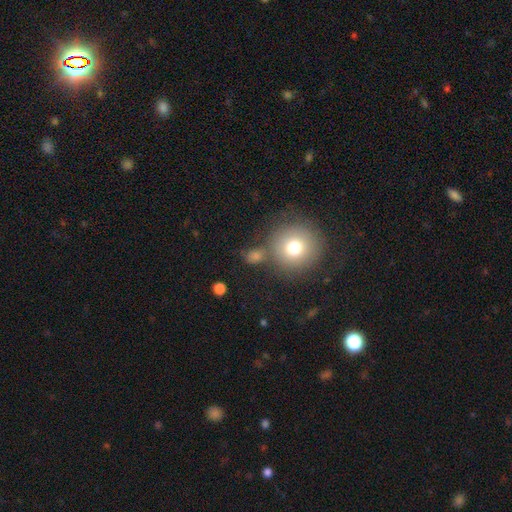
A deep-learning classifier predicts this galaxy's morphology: This is likely a smooth galaxy (71%). How rounded: likely round (74%). Merging: likely none (64%).